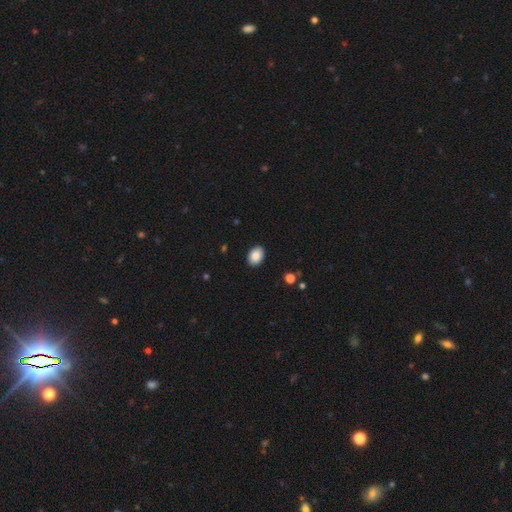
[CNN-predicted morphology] Smooth or featured? Predicted: smooth (p=0.88). How rounded? Predicted: in between (p=0.83). Merging? Predicted: none (p=0.90).